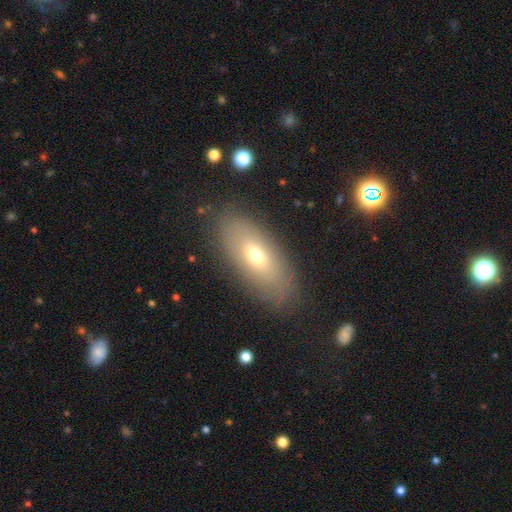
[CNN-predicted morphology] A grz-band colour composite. It shows a smooth galaxy with no disk features (56%) that is in between round and cigar-shaped (82%). Merging: none (82%).